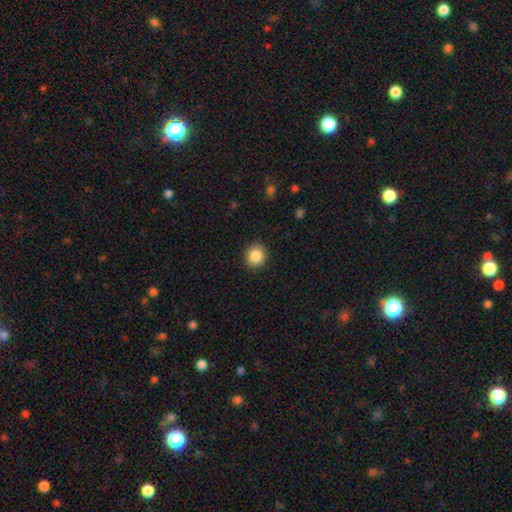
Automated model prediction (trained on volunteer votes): The model was most divided on "how rounded": round: 86%, in between: 13%, cigar-shaped: 1%. More confident: merging — none (90%); smooth or featured — smooth (87%).